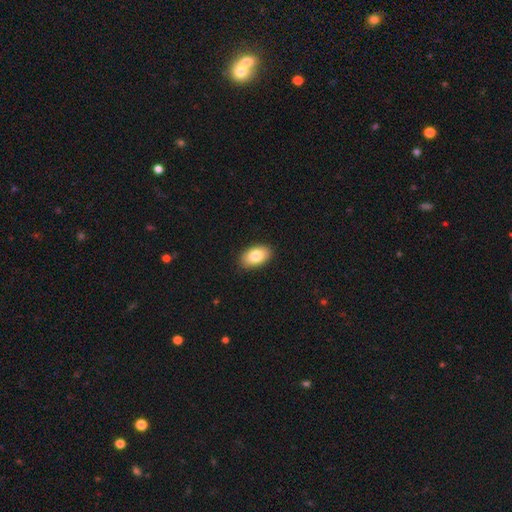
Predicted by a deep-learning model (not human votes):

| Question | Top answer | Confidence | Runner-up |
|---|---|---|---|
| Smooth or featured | smooth | 81% | featured or disk (12%) |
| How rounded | in between | 92% | round (7%) |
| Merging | none | 89% | minor disturbance (8%) |